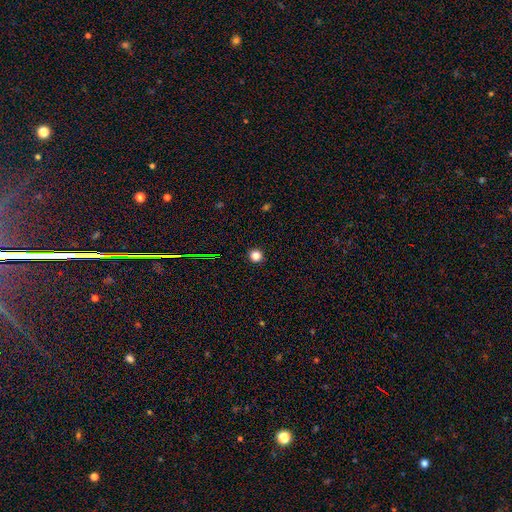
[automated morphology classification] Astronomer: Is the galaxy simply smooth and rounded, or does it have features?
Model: smooth — 82%.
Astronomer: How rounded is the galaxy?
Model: round — 93%.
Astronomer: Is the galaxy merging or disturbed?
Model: none — 92%.